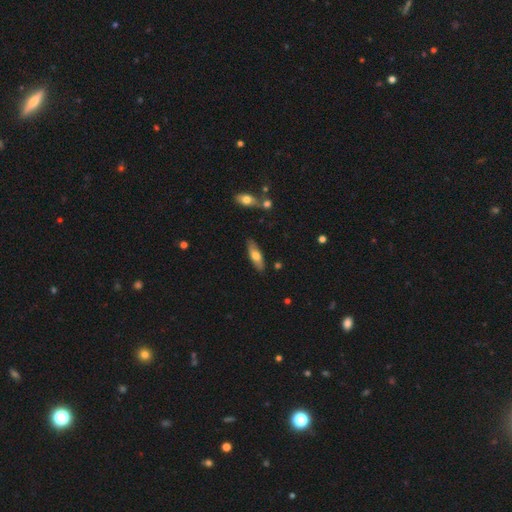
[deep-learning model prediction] Smooth or featured? Predicted: smooth (p=0.64). How rounded? Predicted: in between (p=0.52). Merging? Predicted: none (p=0.84).